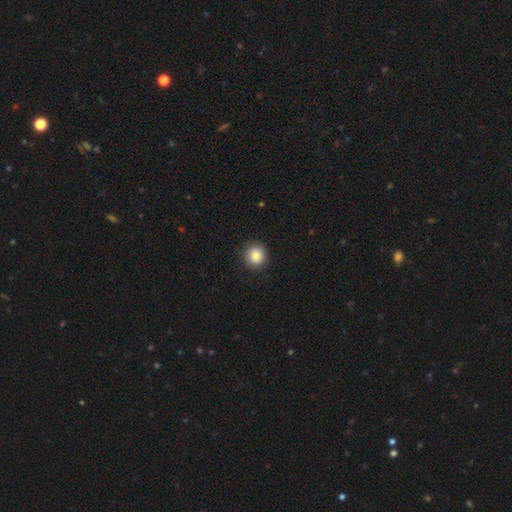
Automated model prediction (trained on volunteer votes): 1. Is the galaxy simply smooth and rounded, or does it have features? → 85% smooth, 9% star or artifact, 6% featured or disk.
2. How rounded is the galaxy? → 90% round, 9% in between, 1% cigar-shaped.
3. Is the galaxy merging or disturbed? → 89% none, 8% minor disturbance, 2% major disturbance, 1% merger.